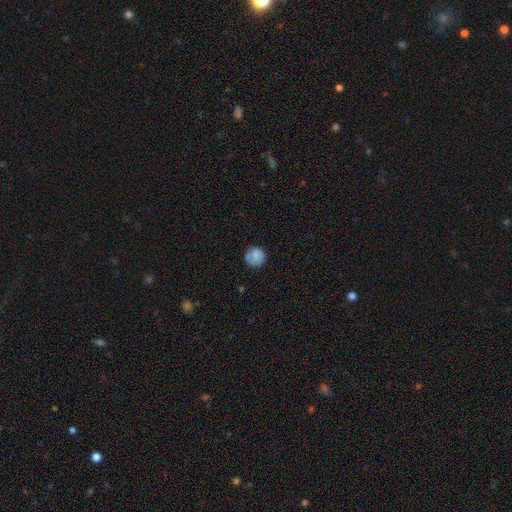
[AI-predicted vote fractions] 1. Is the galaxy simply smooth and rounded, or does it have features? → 70% smooth, 21% featured or disk, 9% star or artifact.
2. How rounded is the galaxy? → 87% round, 12% in between, 1% cigar-shaped.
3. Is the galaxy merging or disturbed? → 68% none, 21% minor disturbance, 7% major disturbance, 3% merger.